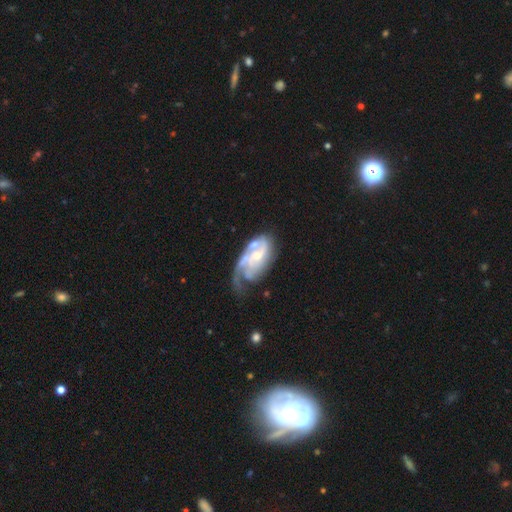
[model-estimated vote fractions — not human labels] Morphology: type=featured or disk (80%); edge-on=no (96%); bar=no (61%); spiral arms=yes (89%); winding=medium (38%); arm count=2 (29%); bulge=small (48%); merging=major disturbance (33%, tied with none).